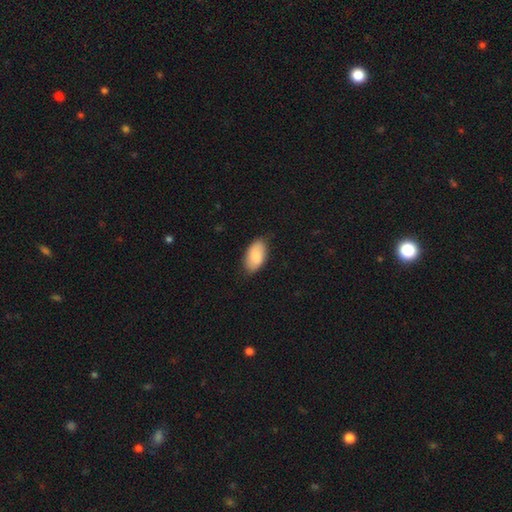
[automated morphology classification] A smooth galaxy with no disk features (86%) that is in between round and cigar-shaped (95%).

Vote fractions:
- Smooth or featured? smooth: 86% / featured or disk: 8% / star or artifact: 5%
- How rounded? in between: 95% / round: 3% / cigar-shaped: 2%
- Merging? none: 80% / minor disturbance: 16% / major disturbance: 3% / merger: 1%